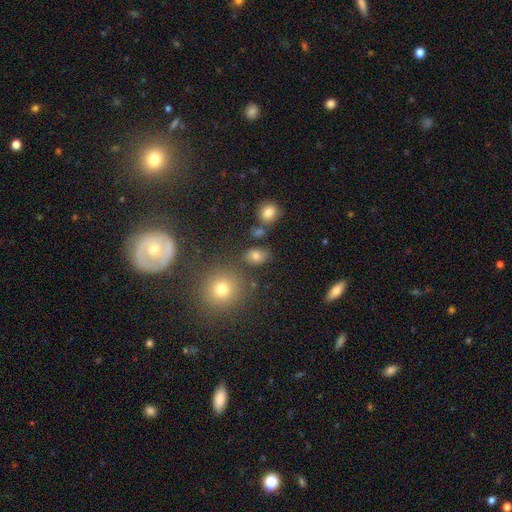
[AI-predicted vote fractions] Smooth or featured? smooth (74%)
How rounded? in between (70%)
Merging? none (76%)